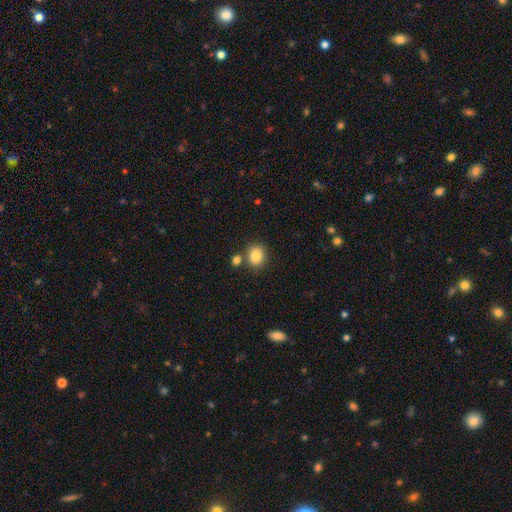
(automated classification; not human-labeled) smooth_or_featured: smooth (p=0.86) [alt: star or artifact p=0.09]
how_rounded: round (p=0.63) [alt: in between p=0.36]
merging: none (p=0.75) [alt: merger p=0.12]